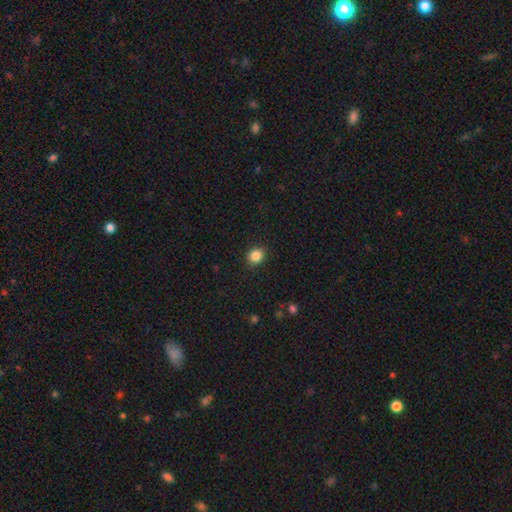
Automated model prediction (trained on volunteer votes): This is clearly a smooth galaxy (86%). How rounded: likely round (75%). Merging: clearly none (90%).